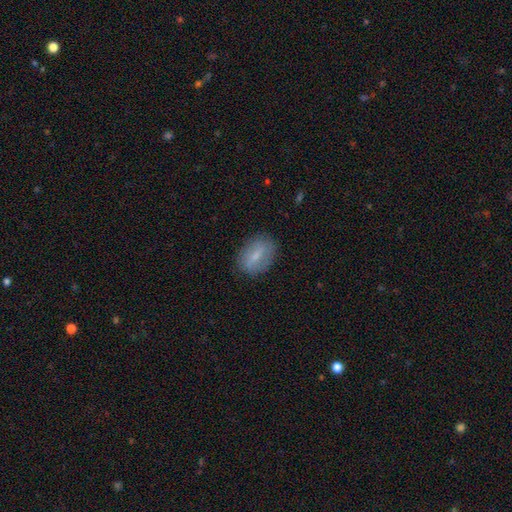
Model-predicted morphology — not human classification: type=smooth (56%); roundness=in between (78%); merging=none (82%).